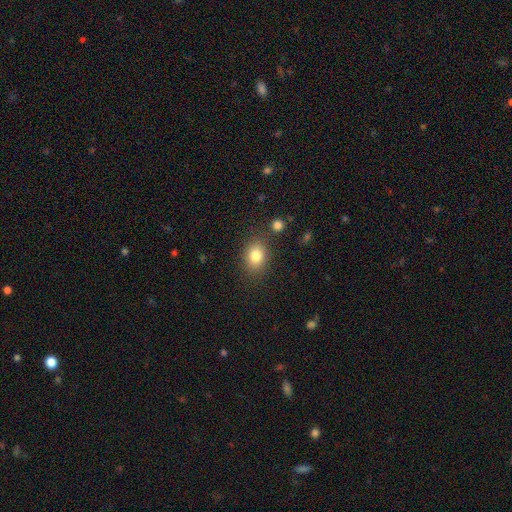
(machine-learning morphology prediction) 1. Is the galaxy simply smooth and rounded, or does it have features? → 82% smooth, 10% star or artifact, 8% featured or disk.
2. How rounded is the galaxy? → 58% in between, 41% round, 1% cigar-shaped.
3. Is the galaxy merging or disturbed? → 82% none, 11% minor disturbance, 4% merger, 3% major disturbance.